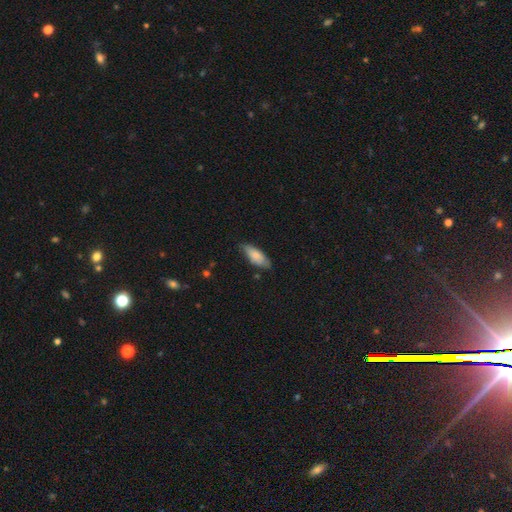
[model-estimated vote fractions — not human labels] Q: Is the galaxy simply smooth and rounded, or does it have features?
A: smooth — 77%.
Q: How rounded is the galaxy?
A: in between — 76%.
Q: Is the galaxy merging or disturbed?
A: none — 68%.